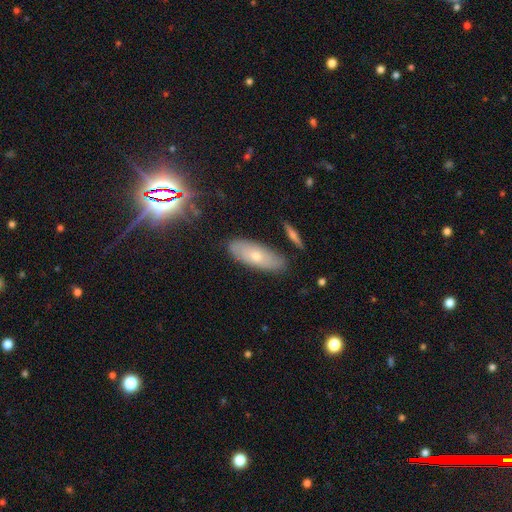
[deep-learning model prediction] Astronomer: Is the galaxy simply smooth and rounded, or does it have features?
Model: smooth — 54% (runner-up: featured or disk, 34%).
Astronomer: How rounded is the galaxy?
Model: in between — 70%.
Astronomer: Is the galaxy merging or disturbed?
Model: none — 82%.